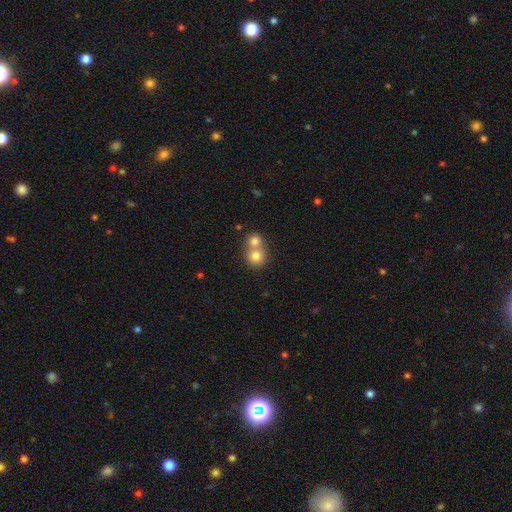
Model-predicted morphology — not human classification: Overall: smooth (78%). How rounded: round (85%). Merging: merger (58%; none 35%).